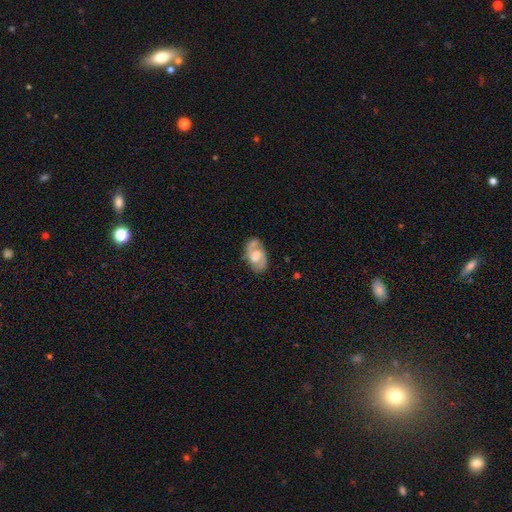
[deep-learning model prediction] A featured or disk galaxy (72%) with a weak bar (50%), 2 (84%) medium (51%) spiral arms (88%) and a moderate central bulge (54%). Merging: none (74%).